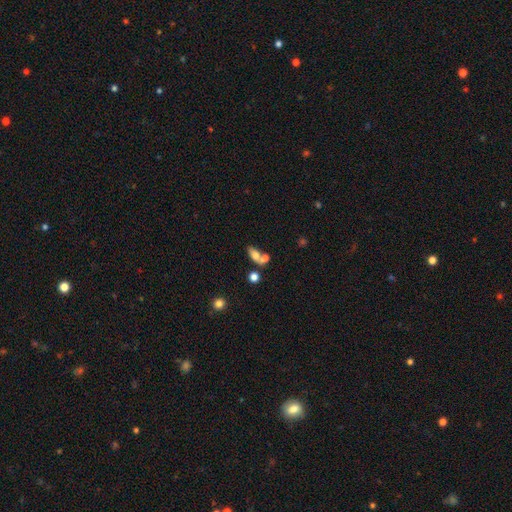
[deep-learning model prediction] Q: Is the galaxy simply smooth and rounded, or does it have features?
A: smooth — 68%.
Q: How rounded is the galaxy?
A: in between — 78%.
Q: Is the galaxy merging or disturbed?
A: merger — 53%.